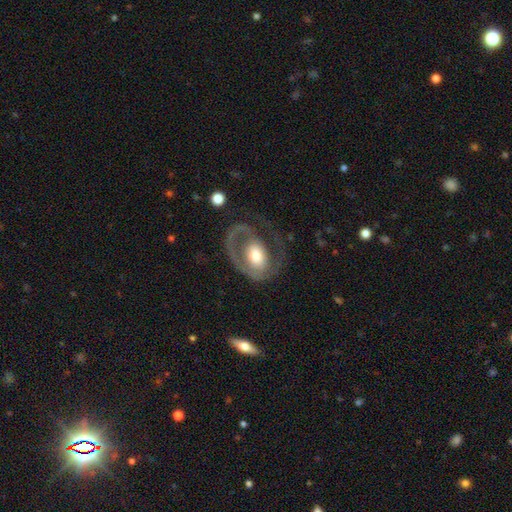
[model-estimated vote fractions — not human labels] featured or disk 65%, smooth 29%, star or artifact 6%. Down the decision tree: edge-on disk — no (95%); bar — no (61%); spiral arms — yes (69%); bulge size — moderate (60%); merging — major disturbance (43%).